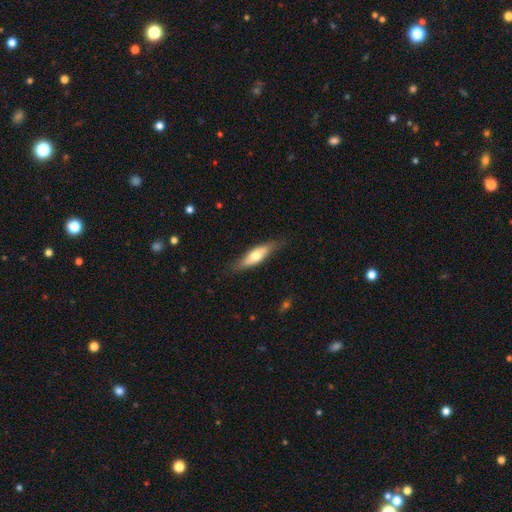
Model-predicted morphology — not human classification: smooth-or-featured: smooth: 58% | featured or disk: 36% | star or artifact: 5%
  how-rounded: cigar-shaped: 51% | in between: 47% | round: 2%
  merging: none: 79% | minor disturbance: 16% | major disturbance: 3% | merger: 1%